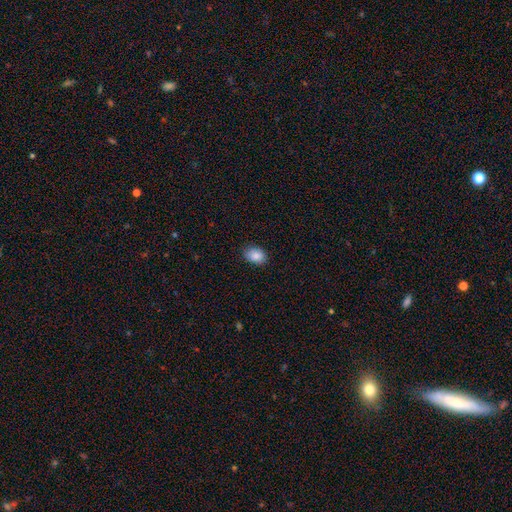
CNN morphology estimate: The model was most divided on "how rounded": in between: 75%, round: 24%, cigar-shaped: 1%. More confident: smooth or featured — smooth (87%); merging — none (85%).